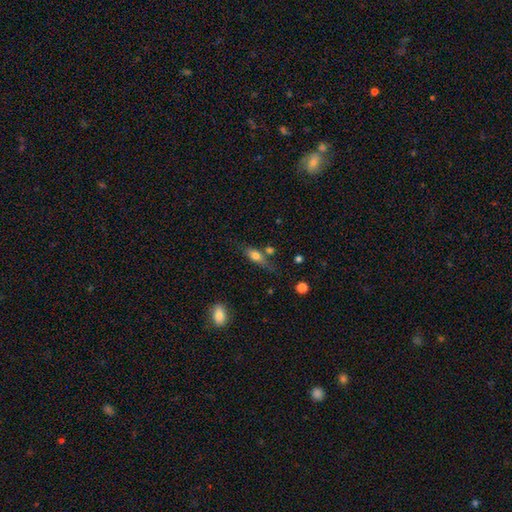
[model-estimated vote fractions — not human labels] smooth 71%, featured or disk 20%, star or artifact 9%. Down the decision tree: how rounded — in between (71%); merging — none (53%).